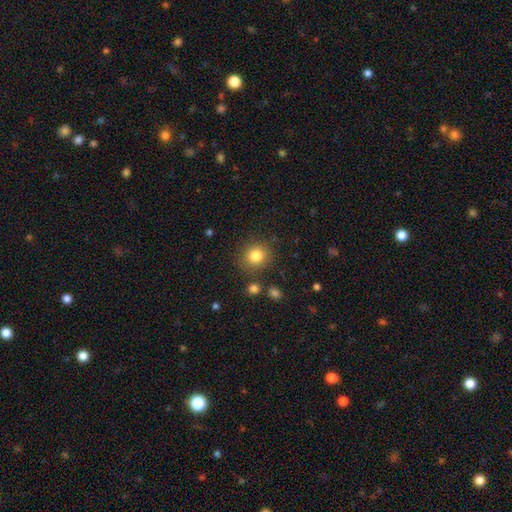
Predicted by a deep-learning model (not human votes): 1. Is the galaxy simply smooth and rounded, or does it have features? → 82% smooth, 11% star or artifact, 7% featured or disk.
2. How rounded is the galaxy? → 87% round, 12% in between, 1% cigar-shaped.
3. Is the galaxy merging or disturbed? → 84% none, 9% minor disturbance, 4% merger, 3% major disturbance.